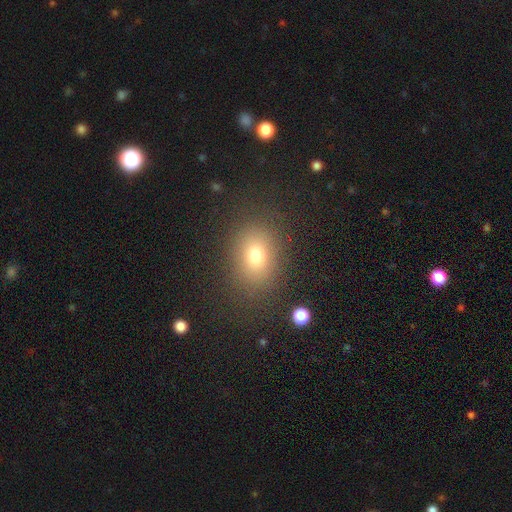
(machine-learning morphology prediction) Smooth or featured? smooth (75%)
How rounded? in between (60%)
Merging? none (83%)